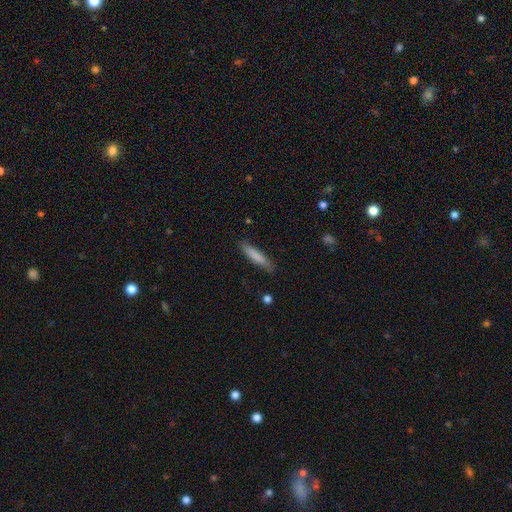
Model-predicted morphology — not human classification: Smooth or featured?
  - smooth: 80% *
  - featured or disk: 14%
  - star or artifact: 6%
How rounded?
  - cigar-shaped: 87% *
  - in between: 12%
  - round: 1%
Merging?
  - none: 84% *
  - minor disturbance: 12%
  - major disturbance: 2%
  - merger: 1%